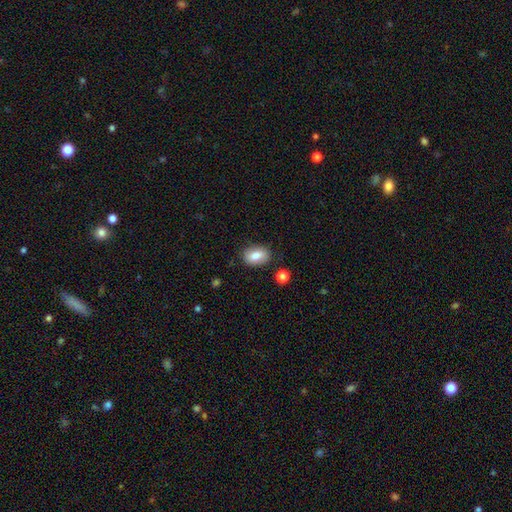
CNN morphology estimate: smooth 81%, featured or disk 11%, star or artifact 8%. Down the decision tree: how rounded — in between (82%); merging — none (82%).